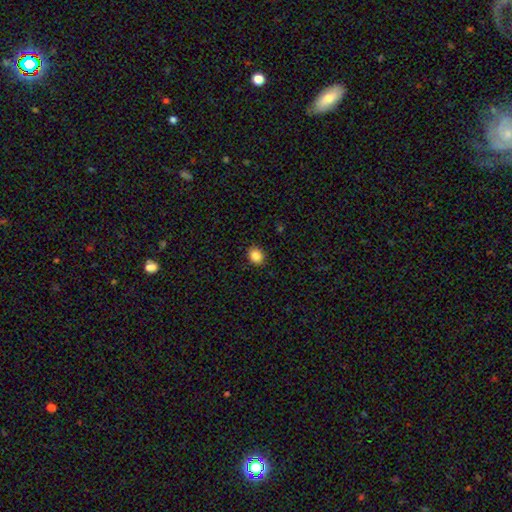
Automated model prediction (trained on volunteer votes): Smooth or featured?
  - smooth: 86% *
  - star or artifact: 10%
  - featured or disk: 4%
How rounded?
  - round: 56% *
  - in between: 43%
  - cigar-shaped: 1%
Merging?
  - none: 89% *
  - minor disturbance: 8%
  - major disturbance: 2%
  - merger: 1%